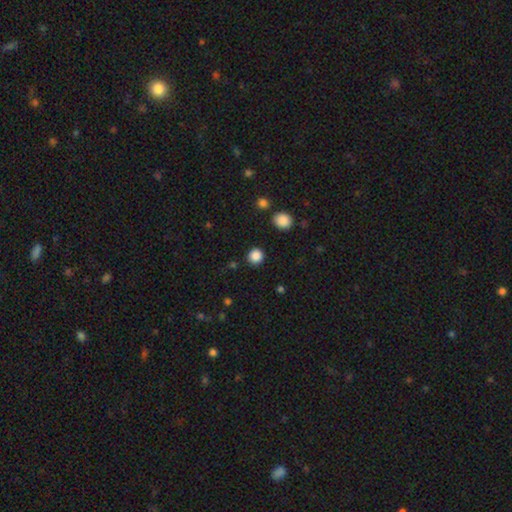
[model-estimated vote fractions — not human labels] Q: Smooth or featured?
A: smooth (86%); runner-up: star or artifact (11%)
Q: How rounded?
A: round (91%); runner-up: in between (8%)
Q: Merging?
A: none (90%); runner-up: minor disturbance (6%)